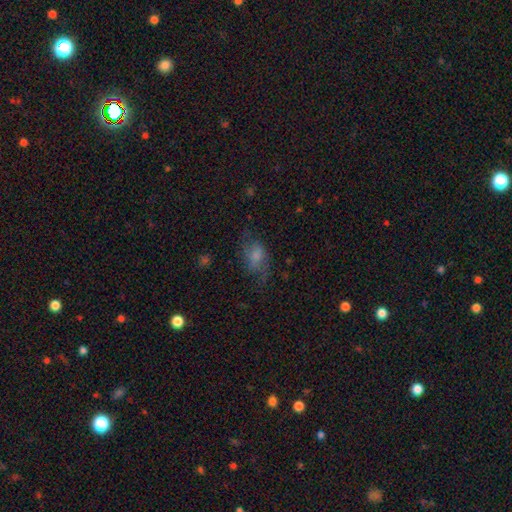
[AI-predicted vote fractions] Smooth or featured: smooth — 57% (featured or disk — 32%)
How rounded: in between — 83% (round — 13%)
Merging: none — 52% (minor disturbance — 24%)